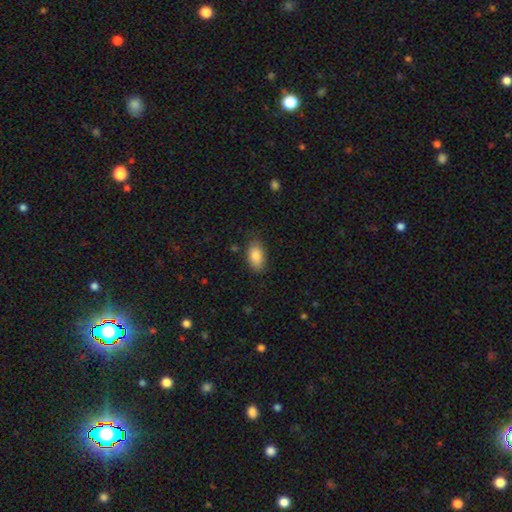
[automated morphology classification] Overall: smooth (85%). How rounded: in between (92%). Merging: none (80%).